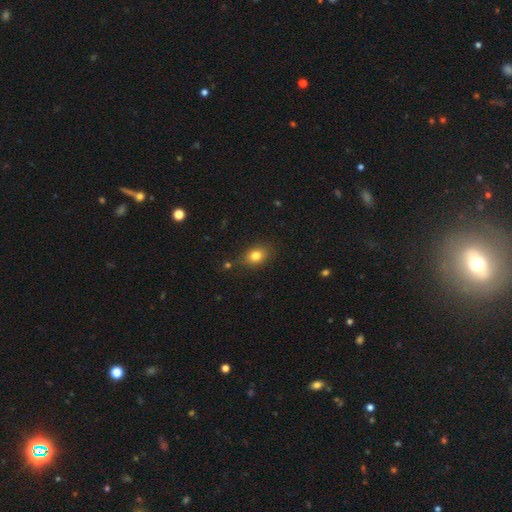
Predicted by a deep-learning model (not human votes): smooth_or_featured: smooth (p=0.80) [alt: star or artifact p=0.11]
how_rounded: in between (p=0.67) [alt: round p=0.32]
merging: none (p=0.78) [alt: minor disturbance p=0.15]